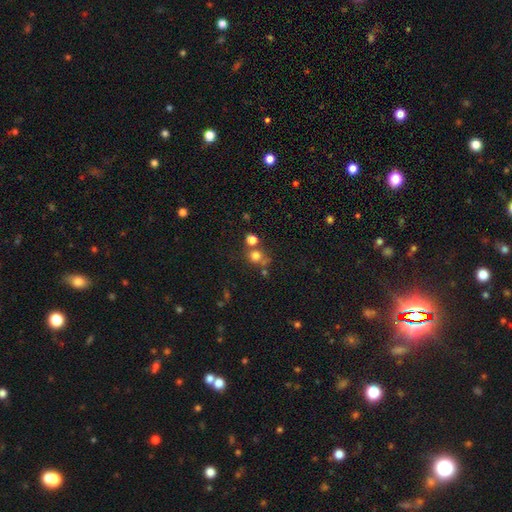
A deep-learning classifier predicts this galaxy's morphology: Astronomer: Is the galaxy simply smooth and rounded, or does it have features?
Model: smooth — 73%.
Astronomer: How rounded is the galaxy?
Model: round — 85%.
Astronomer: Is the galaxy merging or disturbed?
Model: none — 58%.